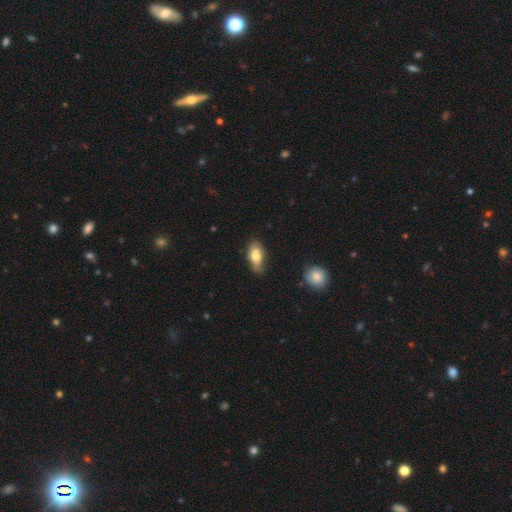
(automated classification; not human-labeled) This appears to be a smooth galaxy with no disk features (69%) that is in between round and cigar-shaped (89%). Merging: none (55%).